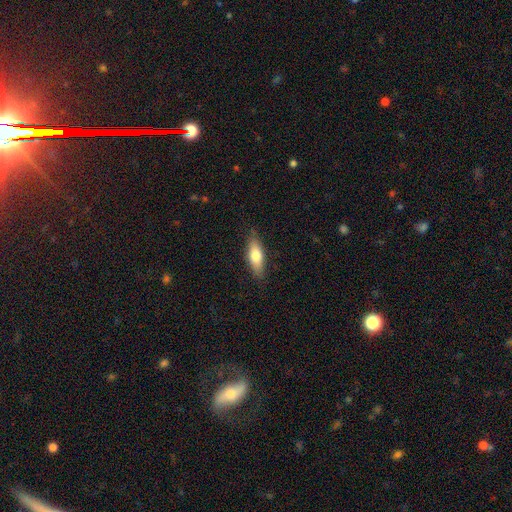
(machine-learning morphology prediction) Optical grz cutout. It shows a smooth galaxy with no disk features (72%) that is in between round and cigar-shaped (63%). Merging: none (82%).